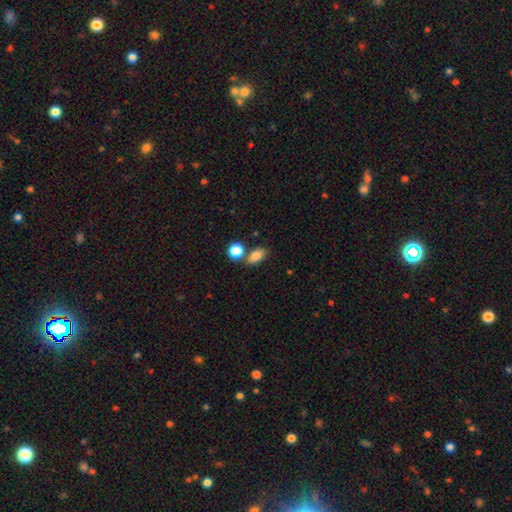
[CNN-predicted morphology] Q: Smooth or featured?
A: smooth (82%); runner-up: star or artifact (10%)
Q: How rounded?
A: in between (82%); runner-up: round (15%)
Q: Merging?
A: none (65%); runner-up: merger (19%)